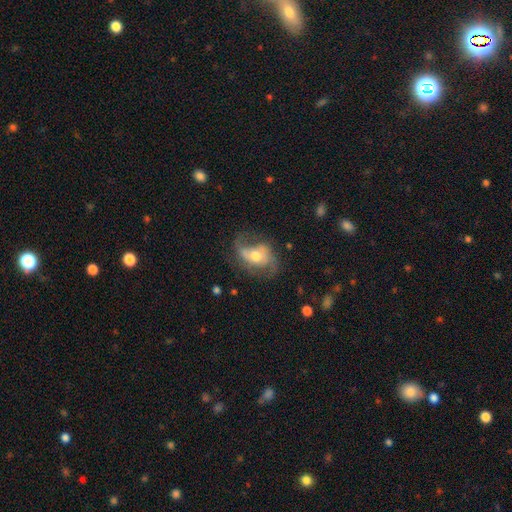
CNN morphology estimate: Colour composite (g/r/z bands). It shows a featured or disk galaxy (67%) with no bar (53%), 2 (72%) loose (51%) spiral arms (84%) and a moderate central bulge (68%). Merging: none (49%).